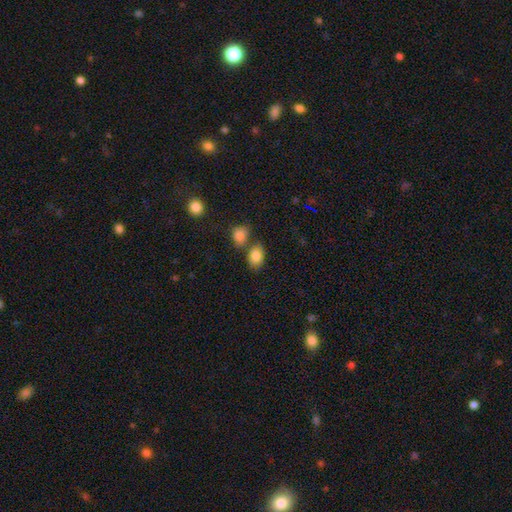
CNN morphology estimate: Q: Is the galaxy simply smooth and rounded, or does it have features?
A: smooth — 85%.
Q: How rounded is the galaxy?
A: in between — 78%.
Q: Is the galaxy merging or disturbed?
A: none — 60%.